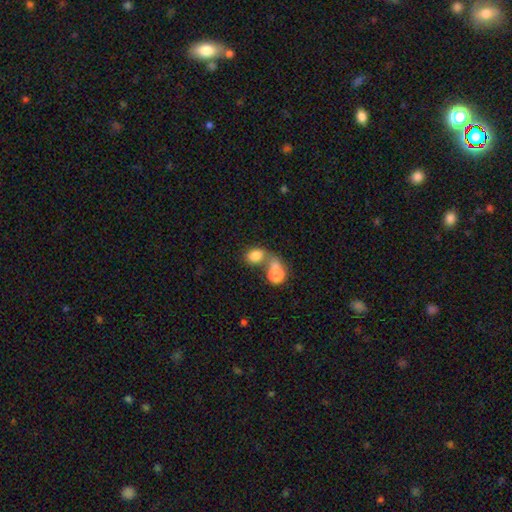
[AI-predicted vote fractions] A smooth galaxy with no disk features (79%) that is in between round and cigar-shaped (54%).

Vote fractions:
- Smooth or featured? smooth: 79% / star or artifact: 11% / featured or disk: 10%
- How rounded? in between: 54% / round: 44% / cigar-shaped: 1%
- Merging? merger: 49% / none: 34% / minor disturbance: 10% / major disturbance: 7%